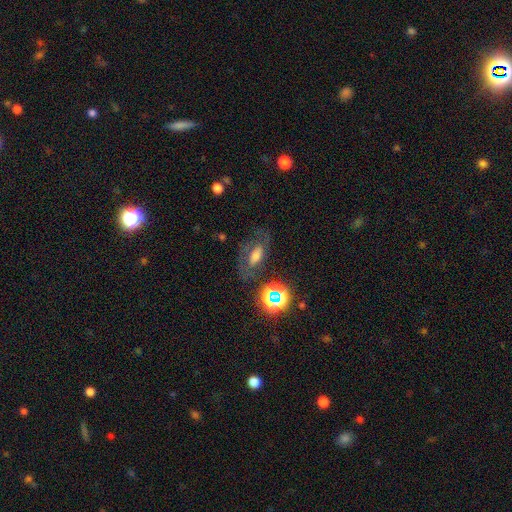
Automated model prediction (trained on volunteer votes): smooth 43%, featured or disk 37%, star or artifact 21%. Down the decision tree: merging — none (58%).